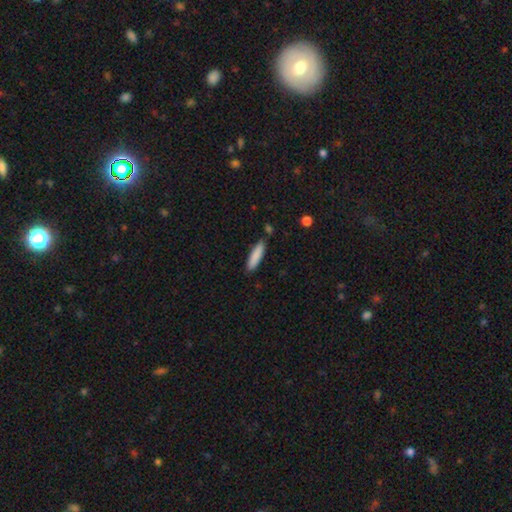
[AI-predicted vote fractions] A smooth galaxy with no disk features (86%) that is cigar-shaped (74%).

Vote fractions:
- Smooth or featured? smooth: 86% / featured or disk: 8% / star or artifact: 6%
- How rounded? cigar-shaped: 74% / in between: 25% / round: 1%
- Merging? none: 83% / minor disturbance: 11% / merger: 4% / major disturbance: 2%